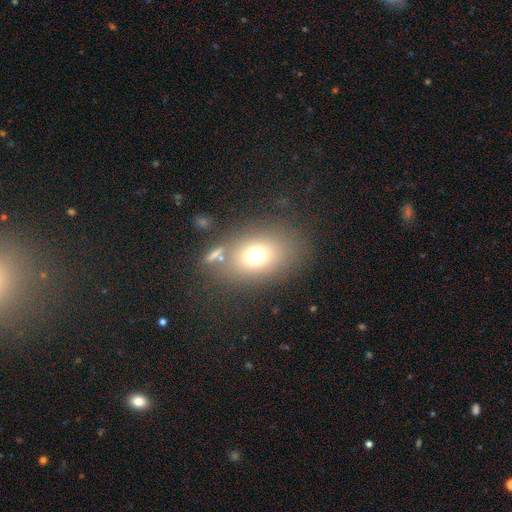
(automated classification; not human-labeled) Smooth or featured? Predicted: smooth (p=0.70). How rounded? Predicted: in between (p=0.62). Merging? Predicted: none (p=0.70).